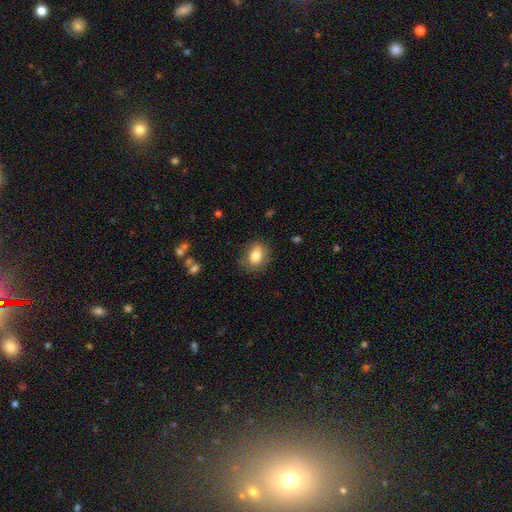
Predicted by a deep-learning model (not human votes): Q: Smooth or featured?
A: smooth (81%); runner-up: featured or disk (11%)
Q: How rounded?
A: in between (69%); runner-up: round (30%)
Q: Merging?
A: none (78%); runner-up: minor disturbance (16%)